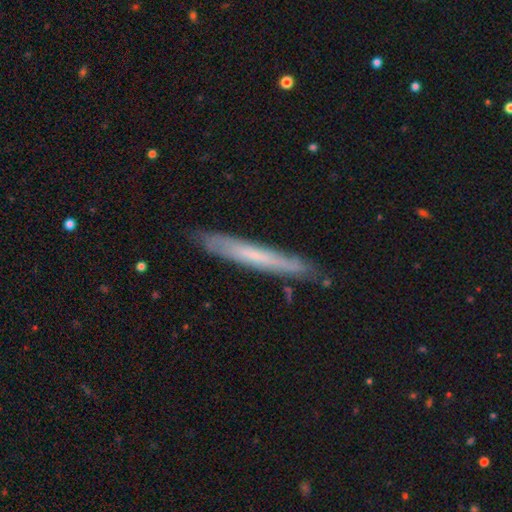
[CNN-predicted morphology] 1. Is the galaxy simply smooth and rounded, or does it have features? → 47% featured or disk, 46% smooth, 7% star or artifact.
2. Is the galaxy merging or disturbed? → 84% none, 13% minor disturbance, 2% major disturbance, 2% merger.